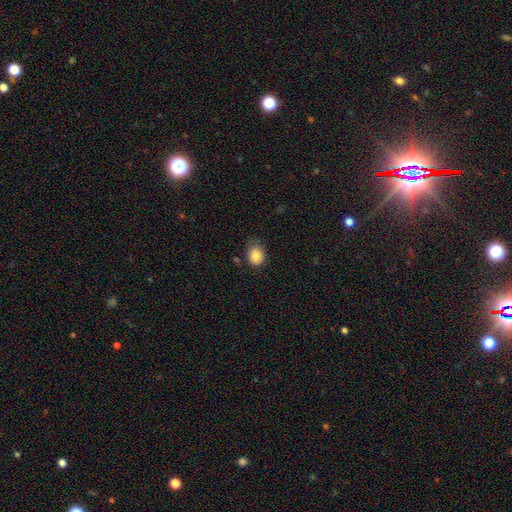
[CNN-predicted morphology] Q: Smooth or featured?
A: smooth (87%); runner-up: star or artifact (9%)
Q: How rounded?
A: in between (57%); runner-up: round (42%)
Q: Merging?
A: none (63%); runner-up: minor disturbance (28%)